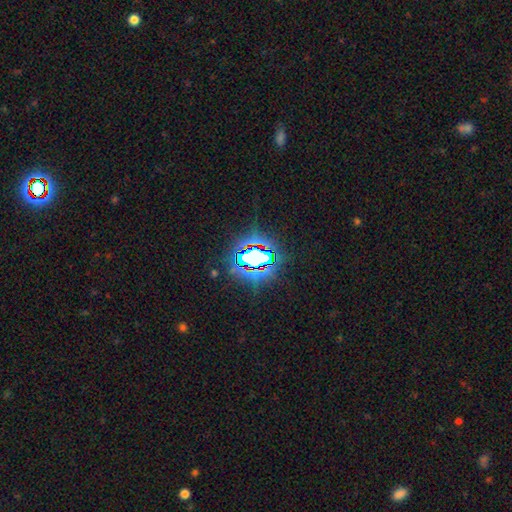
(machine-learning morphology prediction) Smooth or featured: star or artifact — 70% (smooth — 18%)